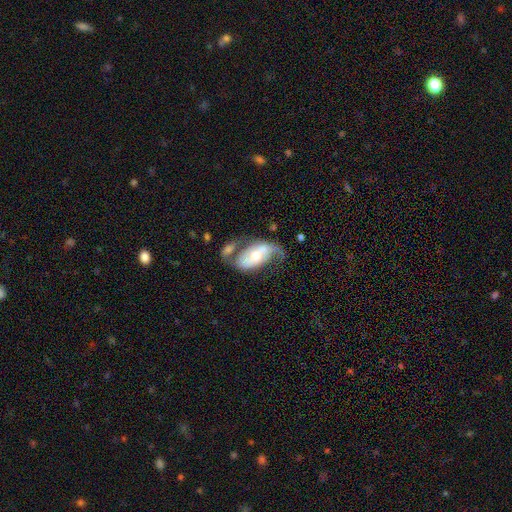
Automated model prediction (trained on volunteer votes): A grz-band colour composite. It shows a featured or disk galaxy (73%) with no bar (44%), 2 (75%) loose (64%) spiral arms (84%) and a moderate central bulge (64%). Merging: none (35%).